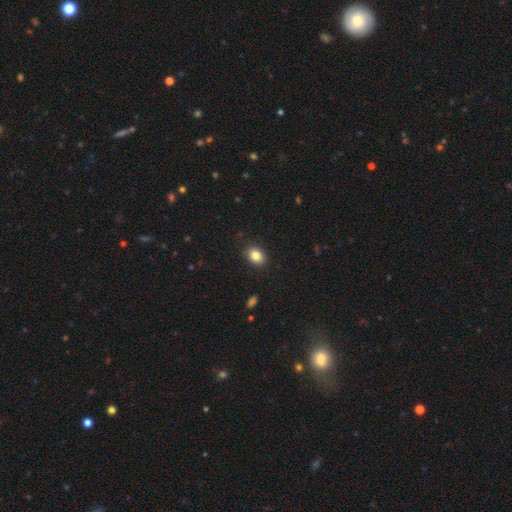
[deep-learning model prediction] This appears to be a smooth galaxy with no disk features (84%) that is in between round and cigar-shaped (61%). Merging: none (88%).